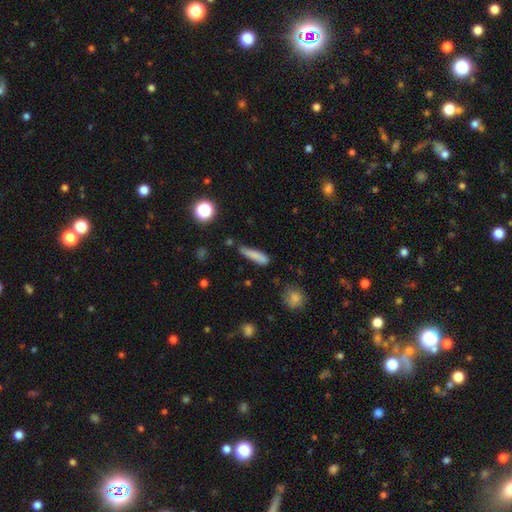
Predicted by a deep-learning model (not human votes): Morphology: type=smooth (78%); roundness=cigar-shaped (79%); merging=none (62%).